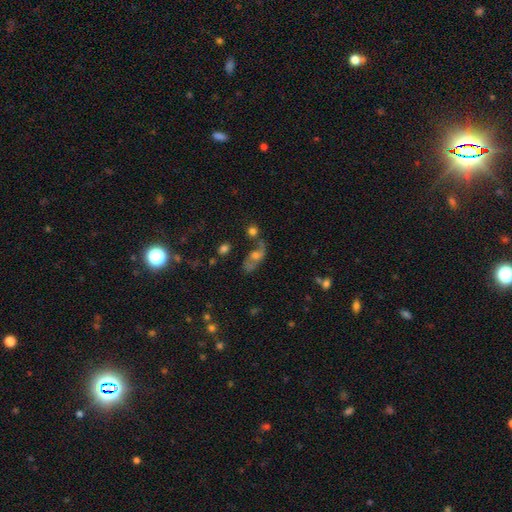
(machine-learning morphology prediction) Overall: featured or disk (46%; smooth 33%). Merging: none (42%; major disturbance 20%).